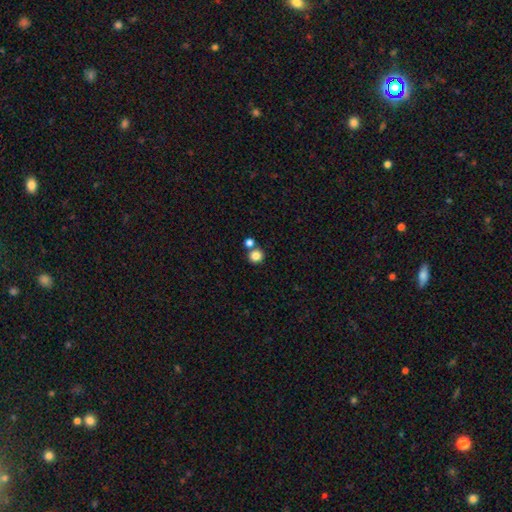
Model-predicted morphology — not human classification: smooth_or_featured: smooth (p=0.84) [alt: star or artifact p=0.11]
how_rounded: round (p=0.90) [alt: in between p=0.09]
merging: none (p=0.66) [alt: merger p=0.24]